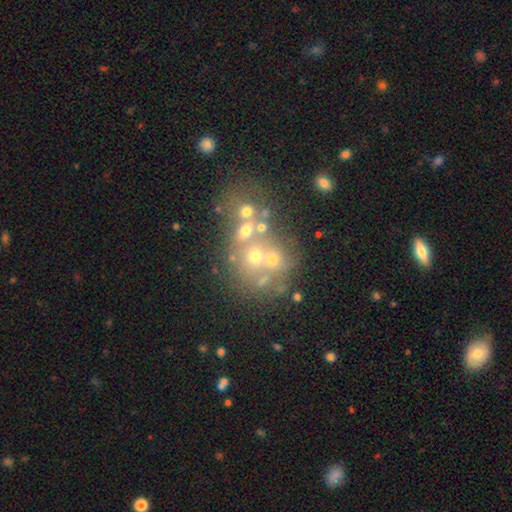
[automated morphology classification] Smooth or featured?
  - featured or disk: 37% *
  - star or artifact: 33%
  - smooth: 29%
Merging?
  - none: 42% *
  - merger: 40%
  - minor disturbance: 10%
  - major disturbance: 8%